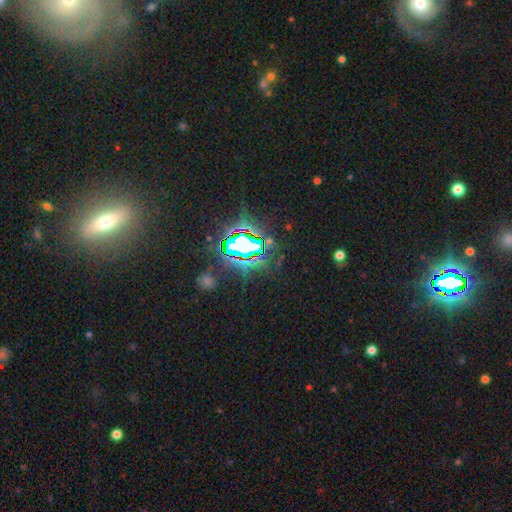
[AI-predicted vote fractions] Morphology: type=star or artifact (81%).